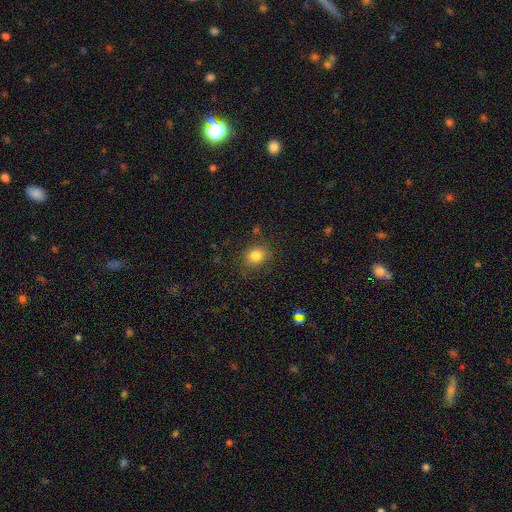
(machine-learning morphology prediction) A smooth galaxy with no disk features (83%) that is round (62%).

Vote fractions:
- Smooth or featured? smooth: 83% / star or artifact: 11% / featured or disk: 6%
- How rounded? round: 62% / in between: 37% / cigar-shaped: 1%
- Merging? none: 82% / minor disturbance: 12% / major disturbance: 4% / merger: 2%